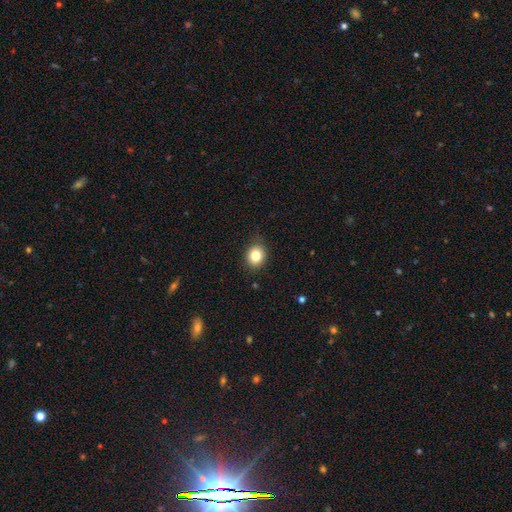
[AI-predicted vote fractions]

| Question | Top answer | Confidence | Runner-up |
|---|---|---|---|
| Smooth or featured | smooth | 82% | star or artifact (10%) |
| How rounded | round | 68% | in between (31%) |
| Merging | none | 84% | minor disturbance (12%) |